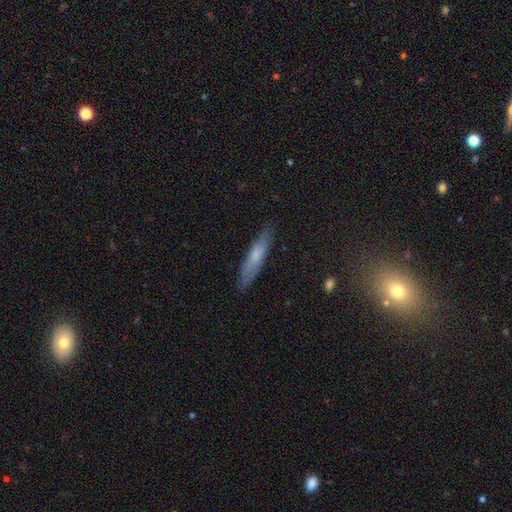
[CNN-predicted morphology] A smooth galaxy with no disk features (60%) that is cigar-shaped (84%). Merging: none (83%).